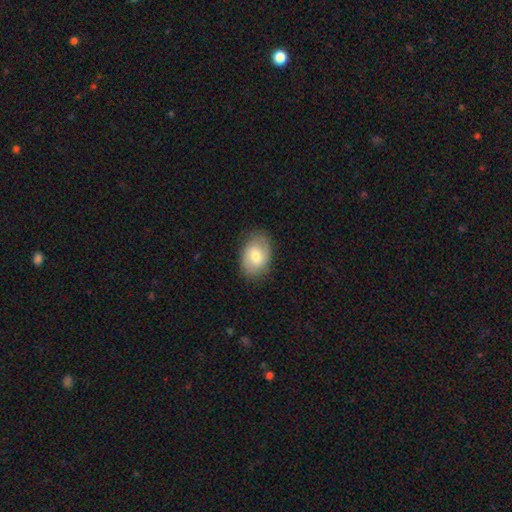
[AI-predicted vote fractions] smooth_or_featured: smooth (p=0.65) [alt: featured or disk p=0.29]
how_rounded: in between (p=0.84) [alt: round p=0.15]
merging: none (p=0.83) [alt: minor disturbance p=0.13]